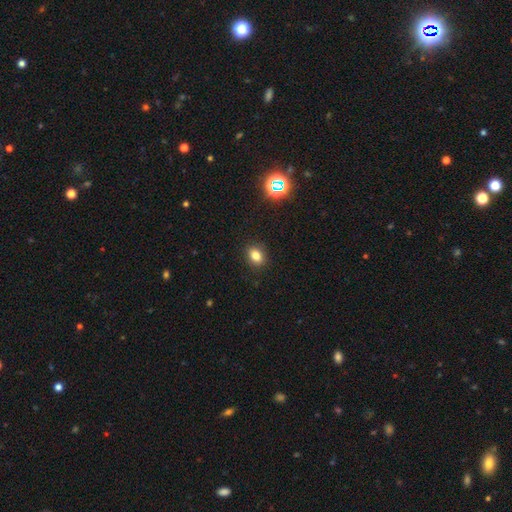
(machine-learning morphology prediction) Smooth or featured? Predicted: smooth (p=0.80). How rounded? Predicted: in between (p=0.59). Merging? Predicted: none (p=0.89).